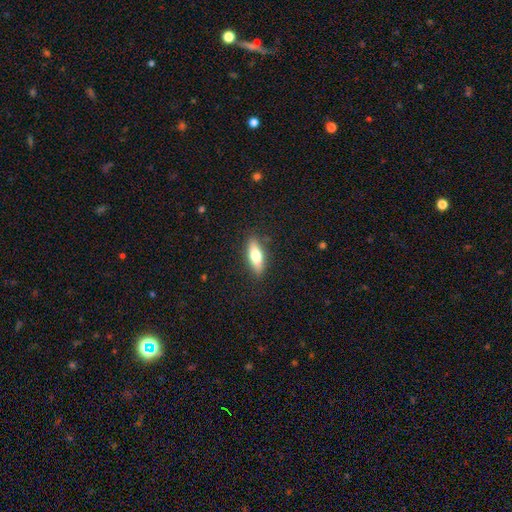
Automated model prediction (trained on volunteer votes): Morphology: type=smooth (68%); roundness=in between (59%); merging=none (86%).